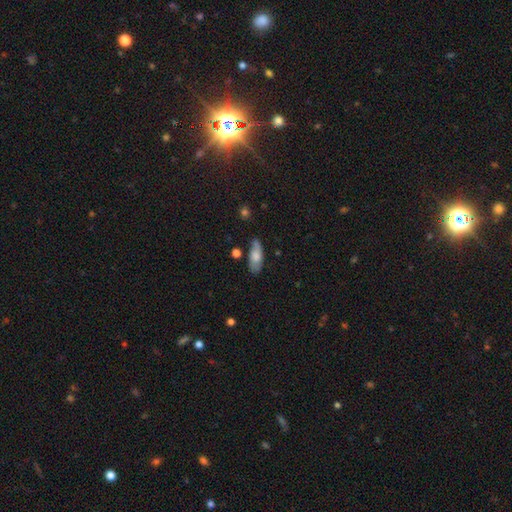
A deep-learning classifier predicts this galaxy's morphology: A smooth galaxy with no disk features (63%) that is in between round and cigar-shaped (77%). Merging: none (66%).